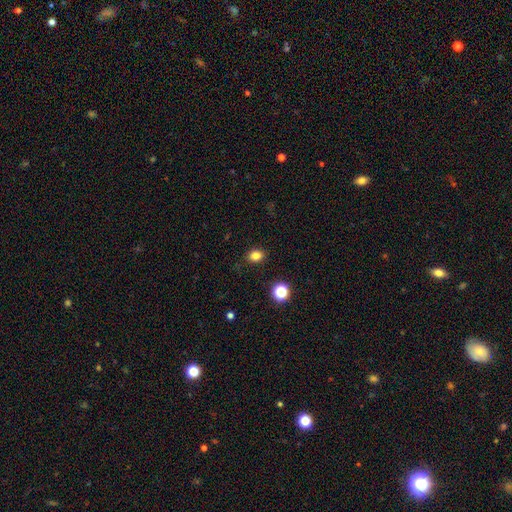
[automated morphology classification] Smooth or featured: smooth — 82% (star or artifact — 13%)
How rounded: in between — 55% (round — 44%)
Merging: none — 87% (minor disturbance — 9%)